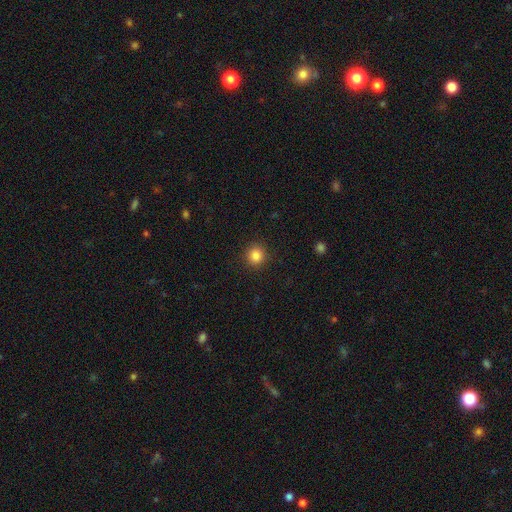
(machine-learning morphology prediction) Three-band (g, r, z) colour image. It shows a smooth galaxy with no disk features (85%) that is round (93%). Merging: none (91%).